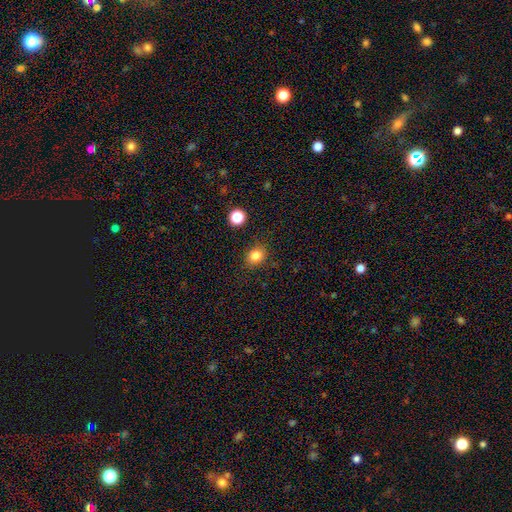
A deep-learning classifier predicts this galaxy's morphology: A smooth galaxy with no disk features (83%) that is round (62%). Merging: none (84%).